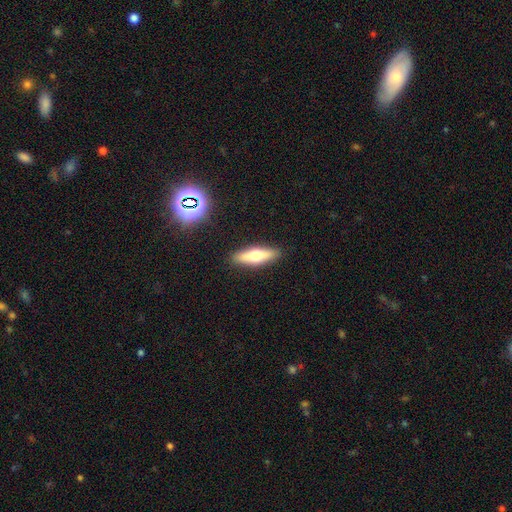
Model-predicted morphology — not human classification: smooth_or_featured: smooth (p=0.55) [alt: featured or disk p=0.39]
how_rounded: cigar-shaped (p=0.59) [alt: in between p=0.39]
merging: none (p=0.89) [alt: minor disturbance p=0.07]